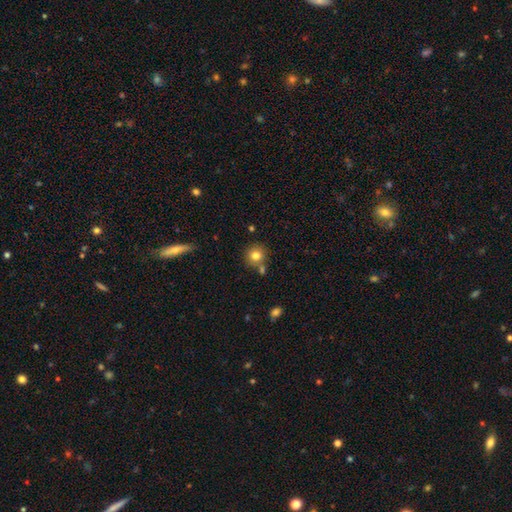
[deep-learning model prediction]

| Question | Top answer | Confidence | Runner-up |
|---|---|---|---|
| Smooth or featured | smooth | 79% | star or artifact (11%) |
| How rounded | round | 92% | in between (7%) |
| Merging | none | 75% | merger (13%) |